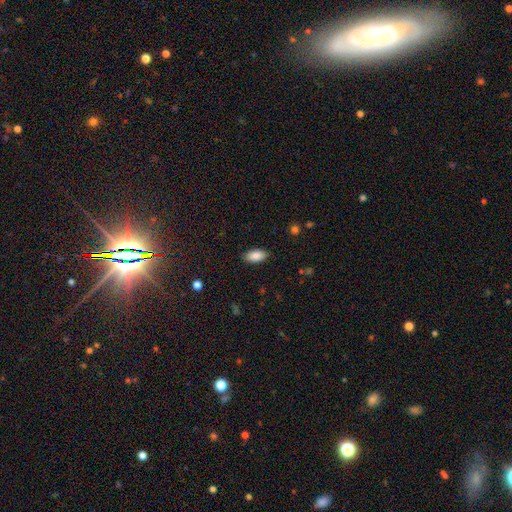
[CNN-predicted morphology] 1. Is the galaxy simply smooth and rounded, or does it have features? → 87% smooth, 7% star or artifact, 5% featured or disk.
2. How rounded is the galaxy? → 93% in between, 4% cigar-shaped, 3% round.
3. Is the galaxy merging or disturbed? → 88% none, 9% minor disturbance, 2% major disturbance, 1% merger.